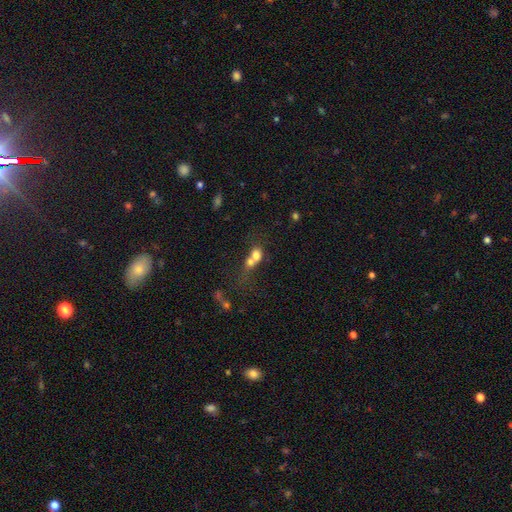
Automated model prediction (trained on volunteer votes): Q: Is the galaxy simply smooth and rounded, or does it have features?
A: smooth — 70%.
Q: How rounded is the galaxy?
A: round — 62%.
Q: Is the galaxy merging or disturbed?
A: merger — 67%.